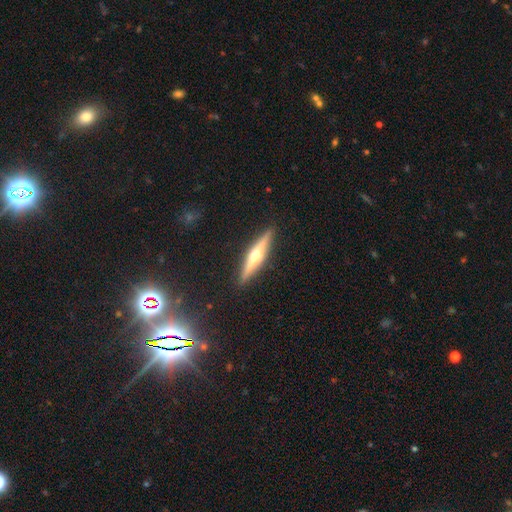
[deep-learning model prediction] A featured or disk galaxy (71%) viewed edge-on (97%) with a rounded central bulge (94%). Merging: none (91%).